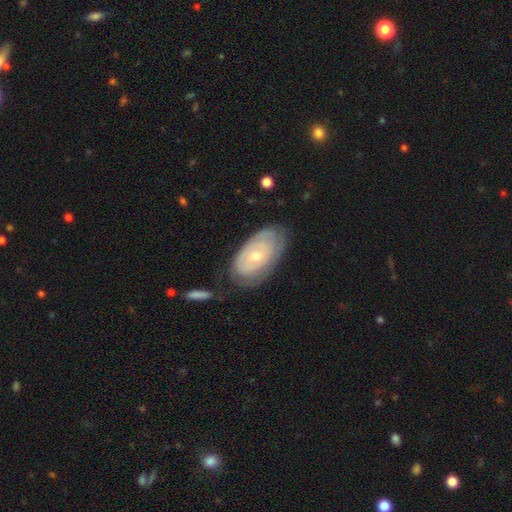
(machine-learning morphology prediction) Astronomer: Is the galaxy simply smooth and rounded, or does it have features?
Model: featured or disk — 61%.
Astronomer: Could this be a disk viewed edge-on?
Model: no — 92%.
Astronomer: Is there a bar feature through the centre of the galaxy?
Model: no — 83%.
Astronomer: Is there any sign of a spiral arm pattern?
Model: yes — 61% (runner-up: no, 39%).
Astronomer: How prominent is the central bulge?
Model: small — 56% (runner-up: moderate, 40%).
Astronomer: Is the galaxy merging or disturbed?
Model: none — 67%.